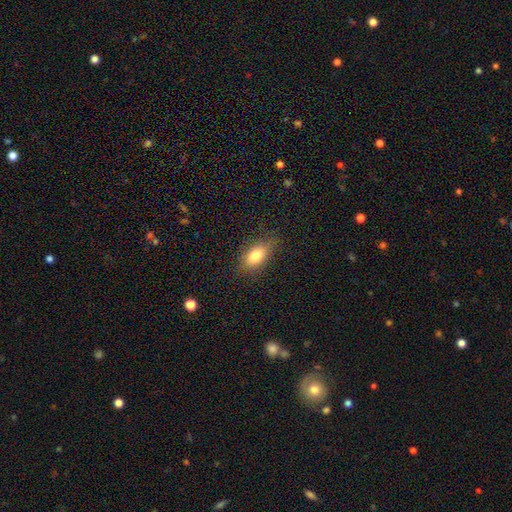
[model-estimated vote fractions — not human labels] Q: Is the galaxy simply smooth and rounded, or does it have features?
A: smooth — 79%.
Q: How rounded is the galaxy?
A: in between — 86%.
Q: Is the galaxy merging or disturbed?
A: none — 79%.